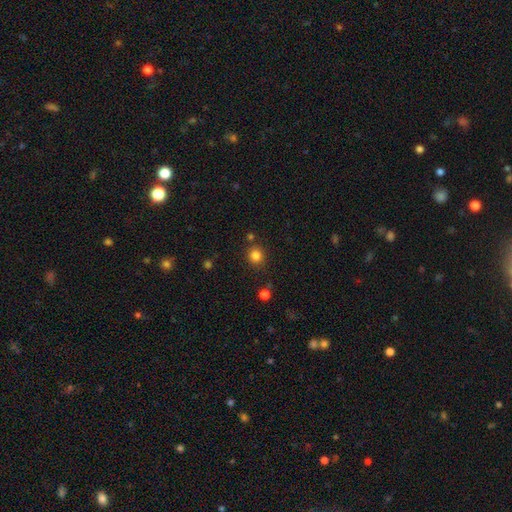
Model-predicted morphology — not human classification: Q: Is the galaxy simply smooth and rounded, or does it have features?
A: smooth — 83%.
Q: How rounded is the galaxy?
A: round — 87%.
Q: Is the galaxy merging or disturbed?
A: none — 84%.